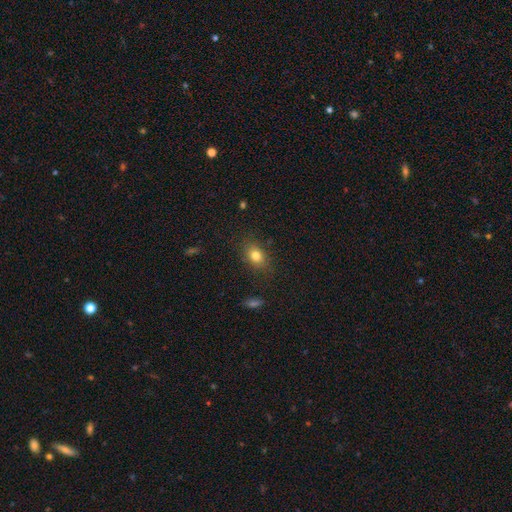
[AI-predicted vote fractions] A smooth galaxy with no disk features (79%) that is in between round and cigar-shaped (70%). Merging: none (82%).